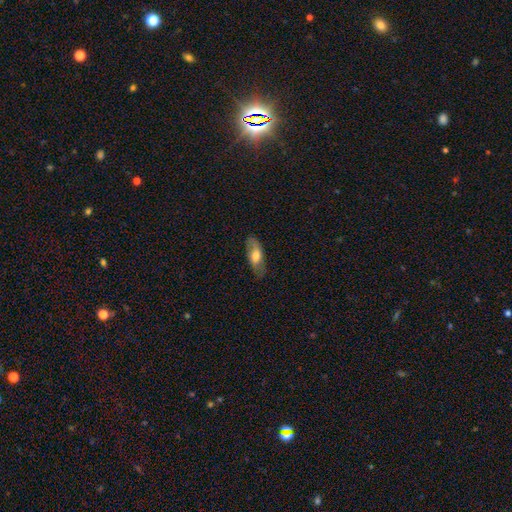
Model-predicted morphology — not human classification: This appears to be a smooth galaxy with no disk features (58%) that is in between round and cigar-shaped (77%). Merging: none (73%).